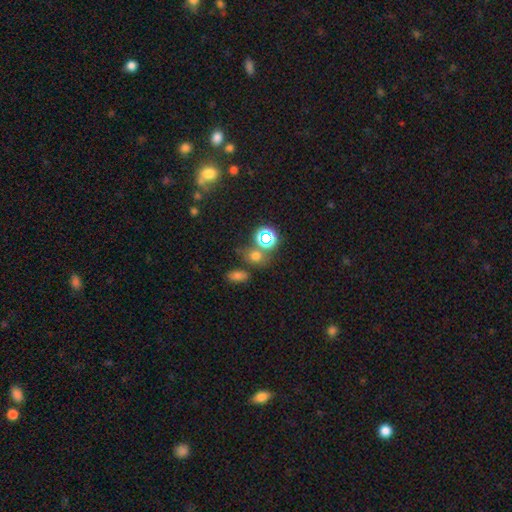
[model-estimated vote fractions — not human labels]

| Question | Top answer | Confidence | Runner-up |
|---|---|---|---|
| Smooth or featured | smooth | 54% | star or artifact (38%) |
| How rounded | round | 62% | in between (36%) |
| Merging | none | 62% | merger (21%) |